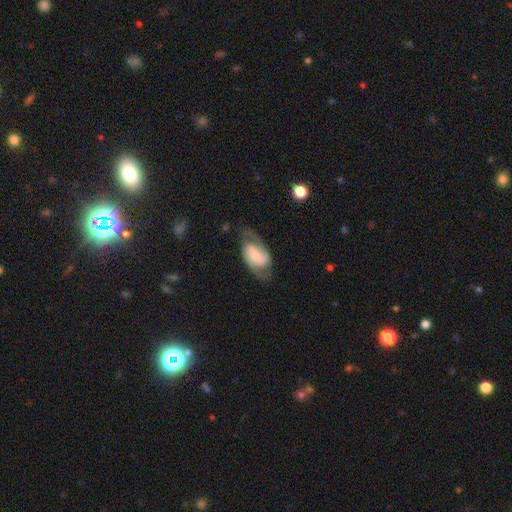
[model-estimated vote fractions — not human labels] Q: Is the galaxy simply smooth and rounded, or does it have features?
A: featured or disk — 70%.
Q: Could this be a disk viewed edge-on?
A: no — 96%.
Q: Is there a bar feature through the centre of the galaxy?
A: no — 49%.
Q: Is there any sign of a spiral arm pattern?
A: yes — 90%.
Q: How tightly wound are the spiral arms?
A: medium — 48%.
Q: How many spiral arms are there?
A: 2 — 85%.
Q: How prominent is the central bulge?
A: small — 51%.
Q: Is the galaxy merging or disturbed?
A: none — 65%.